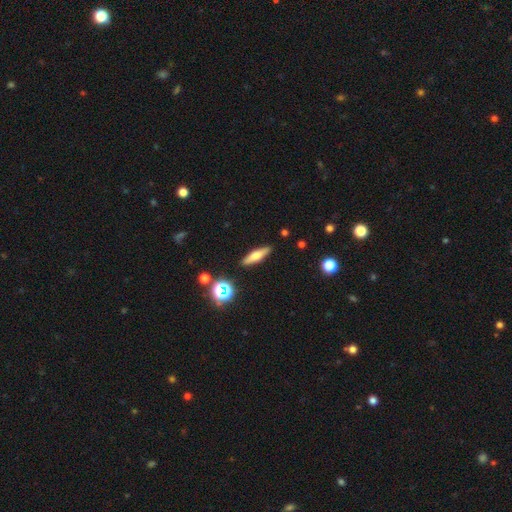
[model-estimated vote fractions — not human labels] smooth-or-featured: smooth: 53% | featured or disk: 37% | star or artifact: 10%
  how-rounded: cigar-shaped: 72% | in between: 24% | round: 4%
  merging: none: 89% | minor disturbance: 8% | major disturbance: 2% | merger: 2%